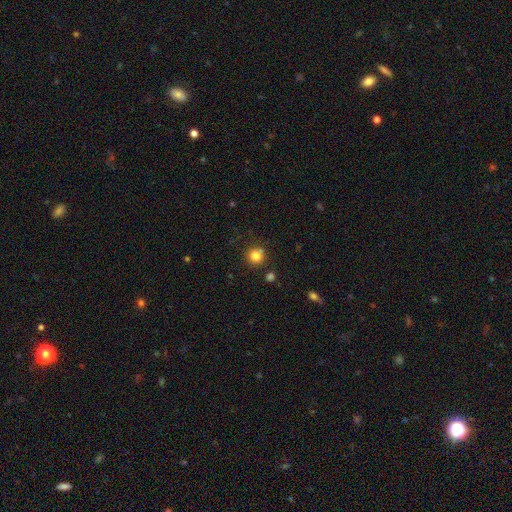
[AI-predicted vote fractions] A smooth galaxy with no disk features (82%) that is round (90%). Merging: none (79%).